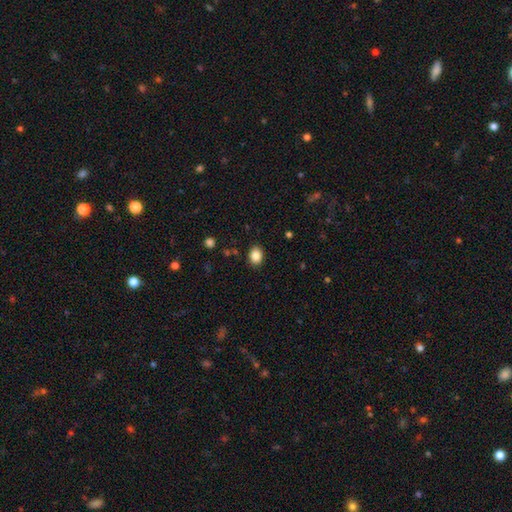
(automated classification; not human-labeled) This appears to be a smooth galaxy with no disk features (86%) that is in between round and cigar-shaped (64%). Merging: none (88%).